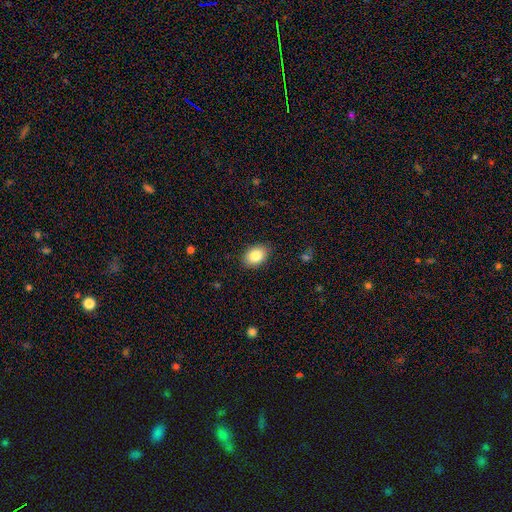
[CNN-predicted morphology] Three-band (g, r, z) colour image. It shows a smooth galaxy with no disk features (85%) that is in between round and cigar-shaped (81%). Merging: none (87%).